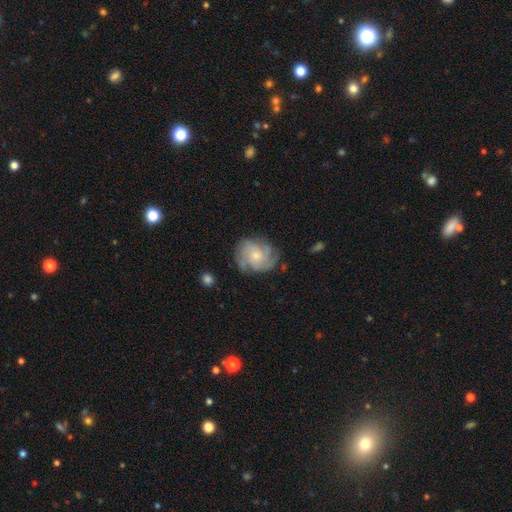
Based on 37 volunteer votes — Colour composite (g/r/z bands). It shows a featured or disk galaxy (86%) with no bar (75%), 3 (45%) medium (52%) spiral arms (97%) and a small central bulge (53%). Merging: none (76%).